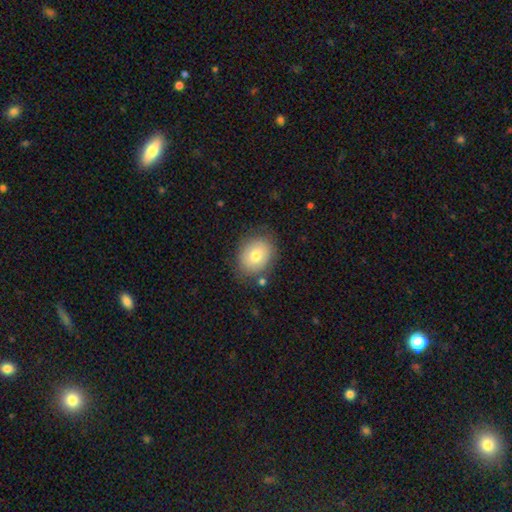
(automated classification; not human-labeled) Smooth or featured: smooth — 74% (featured or disk — 17%)
How rounded: round — 54% (in between — 45%)
Merging: none — 78% (minor disturbance — 15%)